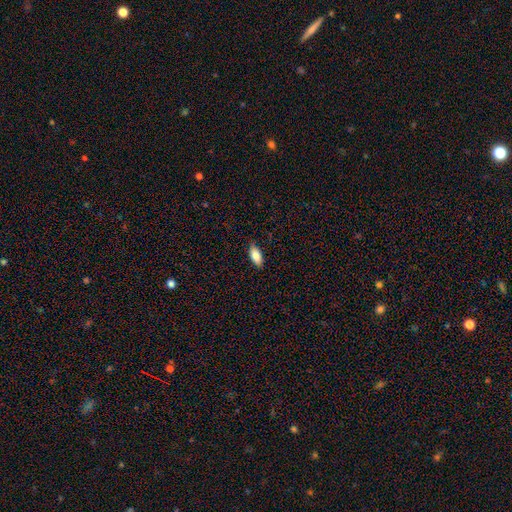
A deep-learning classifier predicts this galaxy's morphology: The model was most divided on "merging": none: 85%, minor disturbance: 12%, major disturbance: 2%, merger: 1%. More confident: how rounded — in between (88%); smooth or featured — smooth (83%).